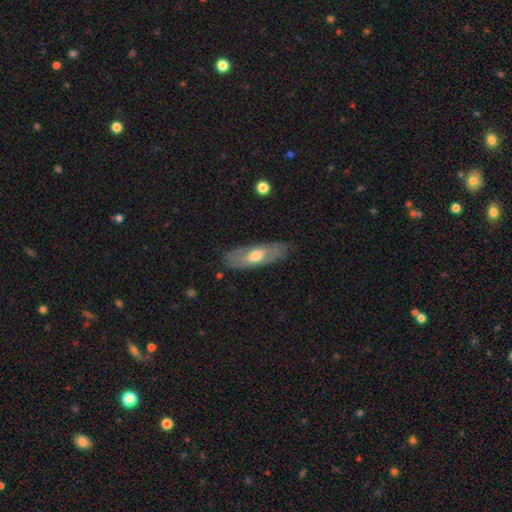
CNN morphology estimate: This appears to be a featured or disk galaxy (50%). Merging: none (77%).